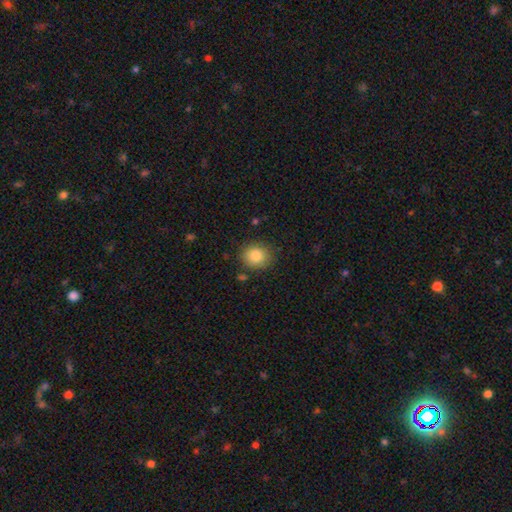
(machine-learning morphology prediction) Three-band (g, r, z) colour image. It shows a smooth galaxy with no disk features (84%) that is round (78%). Merging: none (86%).